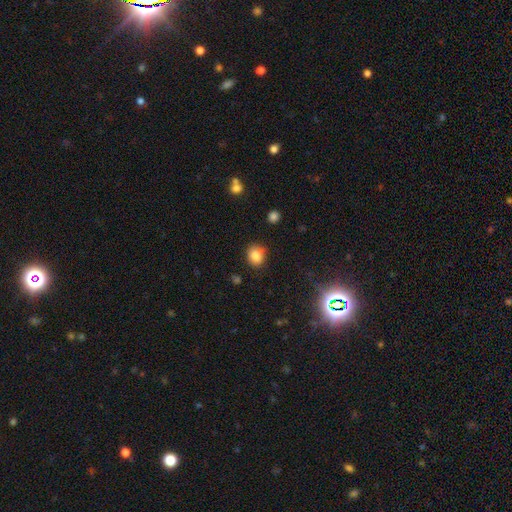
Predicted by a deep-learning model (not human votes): A smooth galaxy with no disk features (83%) that is round (68%). Merging: none (79%).